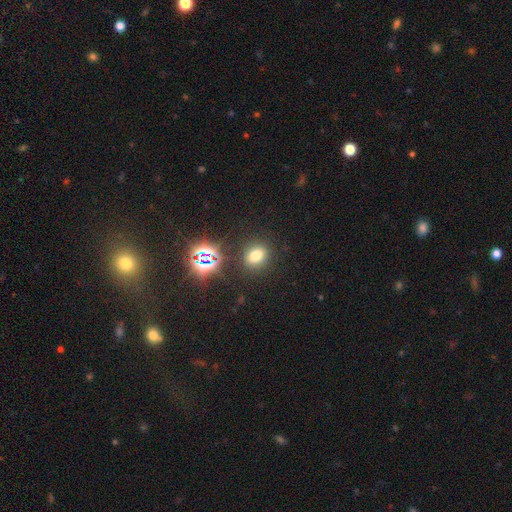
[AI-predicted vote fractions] smooth 68%, star or artifact 23%, featured or disk 8%. Down the decision tree: how rounded — in between (57%); merging — none (85%).